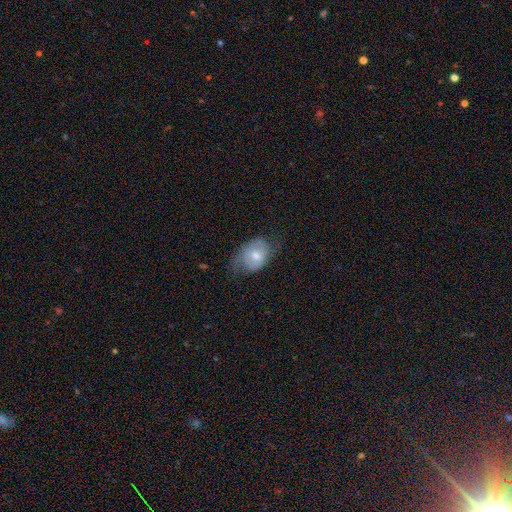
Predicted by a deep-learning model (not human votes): smooth_or_featured: smooth (p=0.62) [alt: featured or disk p=0.31]
how_rounded: in between (p=0.76) [alt: round p=0.22]
merging: none (p=0.48) [alt: minor disturbance p=0.34]